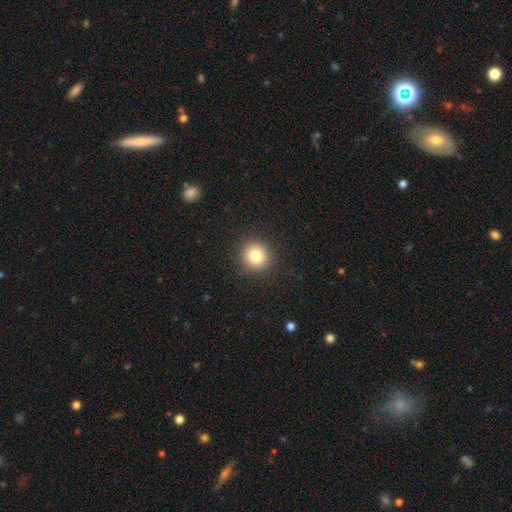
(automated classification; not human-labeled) Smooth or featured?
  - smooth: 82% *
  - star or artifact: 11%
  - featured or disk: 7%
How rounded?
  - round: 93% *
  - in between: 6%
  - cigar-shaped: 1%
Merging?
  - none: 91% *
  - minor disturbance: 5%
  - major disturbance: 2%
  - merger: 1%